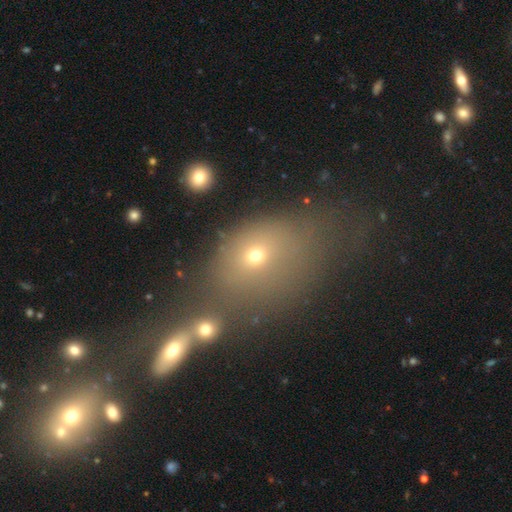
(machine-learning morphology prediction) A smooth galaxy with no disk features (64%) that is in between round and cigar-shaped (56%).

Vote fractions:
- Smooth or featured? smooth: 64% / star or artifact: 20% / featured or disk: 16%
- How rounded? in between: 56% / round: 42% / cigar-shaped: 3%
- Merging? none: 45% / merger: 30% / minor disturbance: 13% / major disturbance: 11%